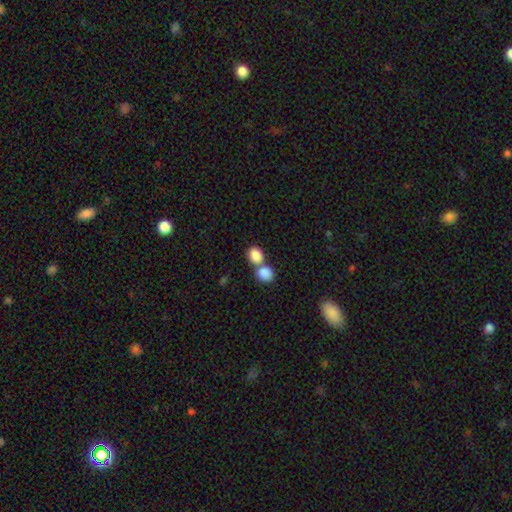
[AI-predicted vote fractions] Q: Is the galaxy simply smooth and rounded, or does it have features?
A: smooth — 85%.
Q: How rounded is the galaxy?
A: round — 53%.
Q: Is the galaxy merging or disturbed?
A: merger — 55%.